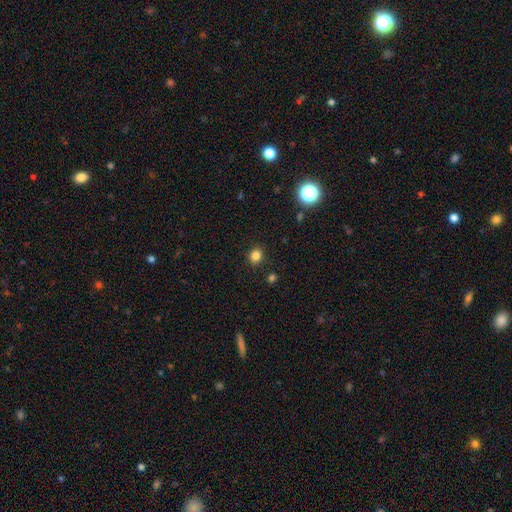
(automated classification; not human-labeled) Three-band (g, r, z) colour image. It shows a smooth galaxy with no disk features (83%) that is round (72%). Merging: none (89%).